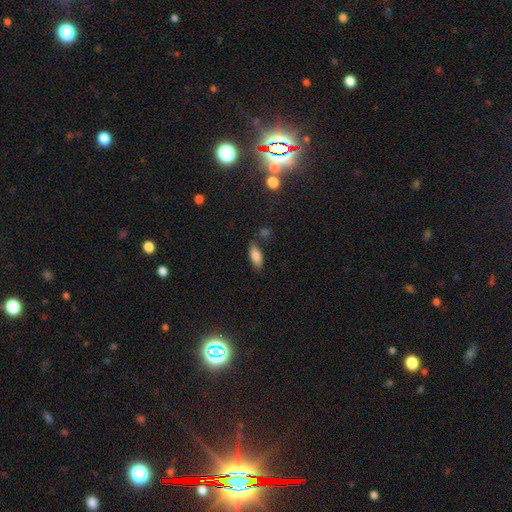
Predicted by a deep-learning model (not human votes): Smooth or featured: smooth — 83% (featured or disk — 9%)
How rounded: in between — 79% (cigar-shaped — 18%)
Merging: none — 76% (minor disturbance — 14%)